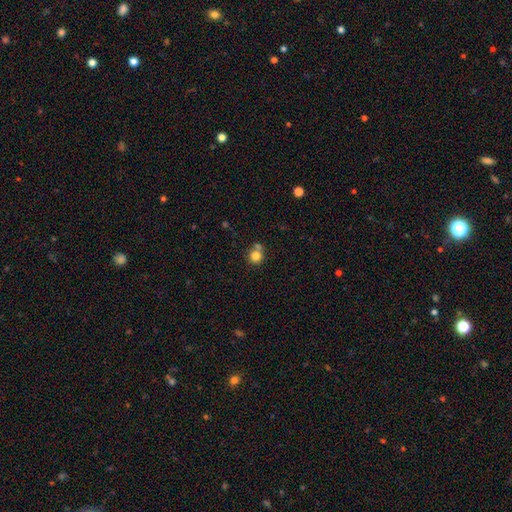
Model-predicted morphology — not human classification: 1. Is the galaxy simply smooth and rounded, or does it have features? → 80% smooth, 11% star or artifact, 8% featured or disk.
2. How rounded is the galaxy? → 89% round, 10% in between, 1% cigar-shaped.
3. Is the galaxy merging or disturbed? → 58% none, 28% merger, 11% minor disturbance, 4% major disturbance.